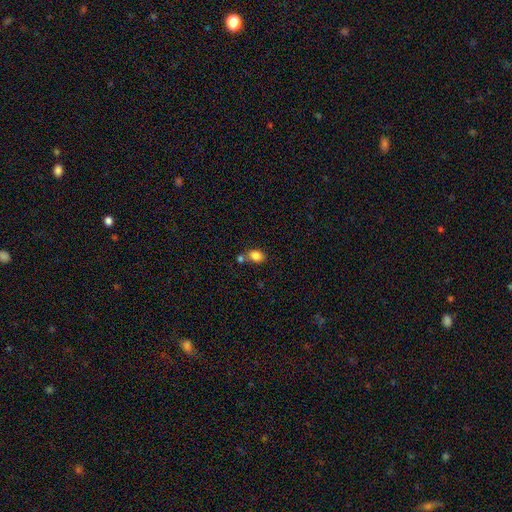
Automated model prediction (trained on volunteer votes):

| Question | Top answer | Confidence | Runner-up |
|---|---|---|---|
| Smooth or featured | smooth | 85% | star or artifact (10%) |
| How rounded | in between | 72% | round (27%) |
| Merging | none | 54% | merger (30%) |